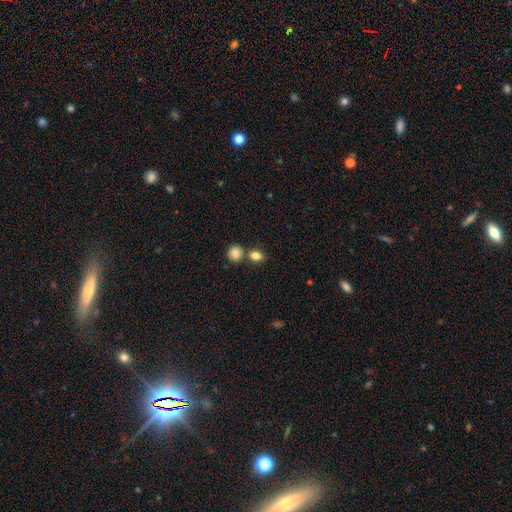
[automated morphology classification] Overall: smooth (83%). How rounded: in between (57%; round 41%). Merging: none (59%; merger 28%).